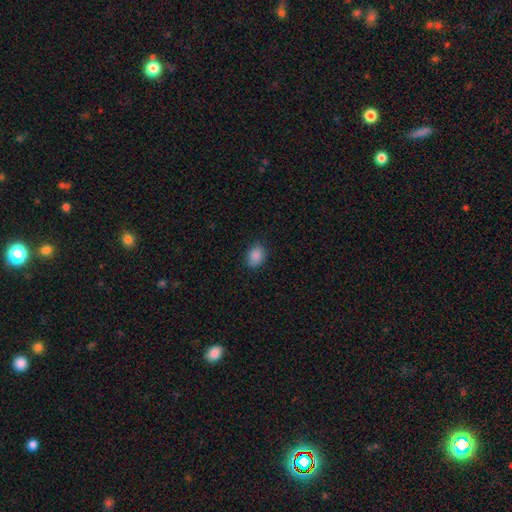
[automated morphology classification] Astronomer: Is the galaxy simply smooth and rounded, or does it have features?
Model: smooth — 88%.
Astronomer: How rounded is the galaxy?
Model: in between — 72%.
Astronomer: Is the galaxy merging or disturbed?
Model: none — 83%.